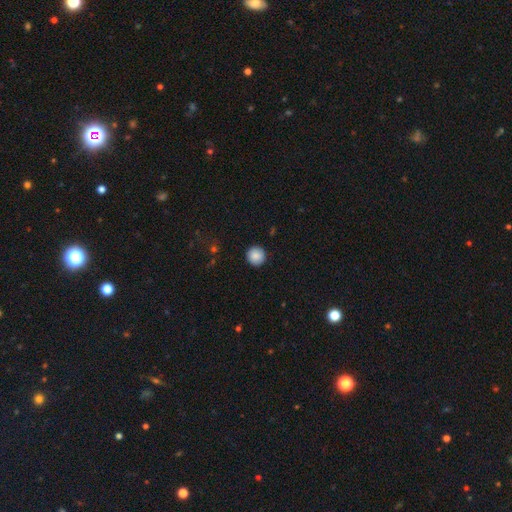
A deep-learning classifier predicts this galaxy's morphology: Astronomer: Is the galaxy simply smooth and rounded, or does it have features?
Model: smooth — 88%.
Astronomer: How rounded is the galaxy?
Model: round — 95%.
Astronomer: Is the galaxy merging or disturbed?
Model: none — 92%.